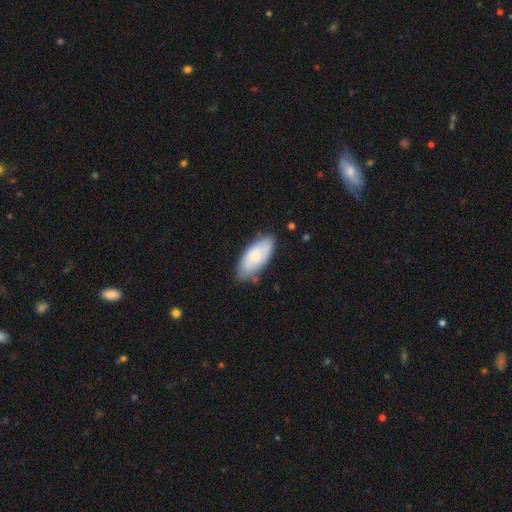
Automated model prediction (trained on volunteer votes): smooth_or_featured: smooth (p=0.59) [alt: featured or disk p=0.35]
how_rounded: in between (p=0.88) [alt: cigar-shaped p=0.10]
merging: none (p=0.72) [alt: minor disturbance p=0.22]